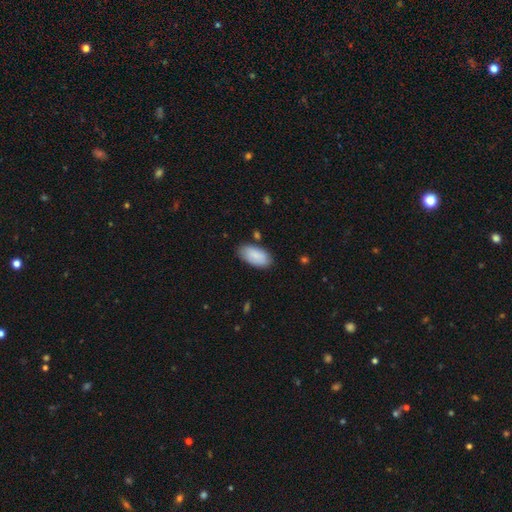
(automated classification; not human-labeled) Morphology: type=smooth (87%); roundness=in between (95%); merging=none (82%).